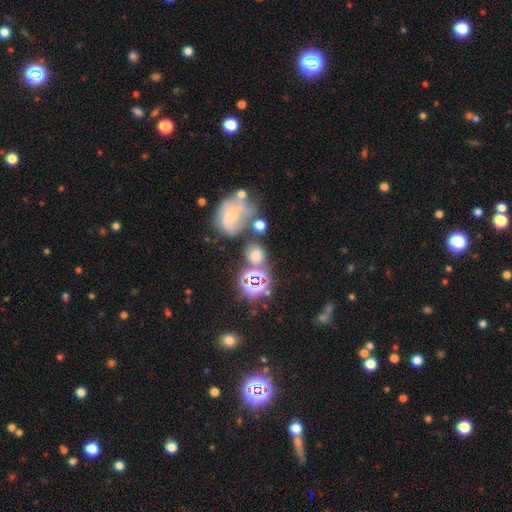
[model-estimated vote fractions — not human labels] Smooth or featured?
  - smooth: 57% *
  - star or artifact: 29%
  - featured or disk: 14%
How rounded?
  - round: 67% *
  - in between: 31%
  - cigar-shaped: 2%
Merging?
  - none: 57% *
  - merger: 20%
  - minor disturbance: 14%
  - major disturbance: 9%